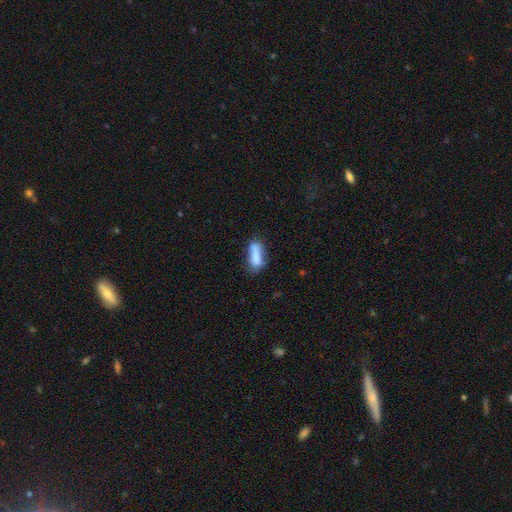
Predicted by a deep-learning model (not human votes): smooth_or_featured: smooth (p=0.79) [alt: featured or disk p=0.12]
how_rounded: in between (p=0.63) [alt: cigar-shaped p=0.34]
merging: none (p=0.53) [alt: minor disturbance p=0.28]